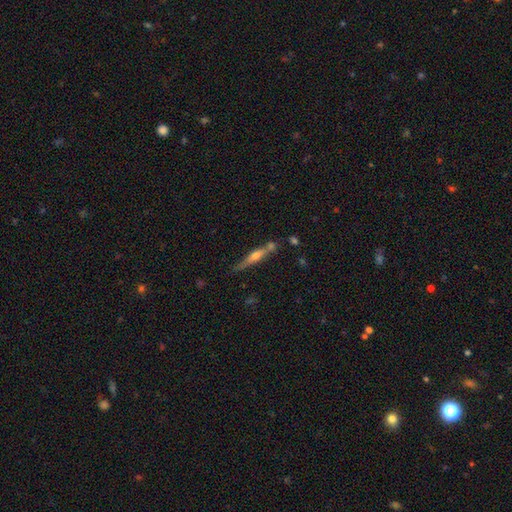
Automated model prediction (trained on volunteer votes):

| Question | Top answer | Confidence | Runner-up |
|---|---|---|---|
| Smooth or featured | featured or disk | 62% | smooth (31%) |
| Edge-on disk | yes | 94% | no (6%) |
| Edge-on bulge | rounded | 84% | boxy (8%) |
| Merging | none | 64% | minor disturbance (17%) |